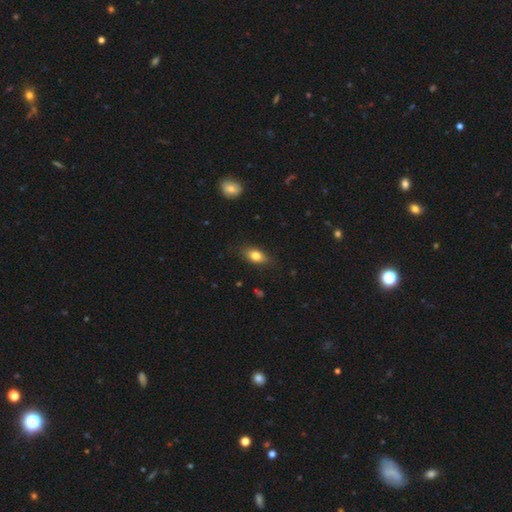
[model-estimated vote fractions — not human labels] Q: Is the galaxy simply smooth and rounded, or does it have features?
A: smooth — 77%.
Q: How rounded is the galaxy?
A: in between — 83%.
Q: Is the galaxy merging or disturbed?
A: none — 81%.